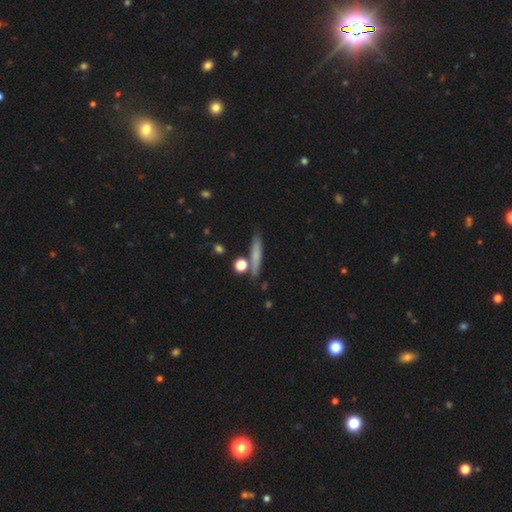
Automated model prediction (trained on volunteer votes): Overall: smooth (67%). How rounded: cigar-shaped (84%). Merging: none (77%).